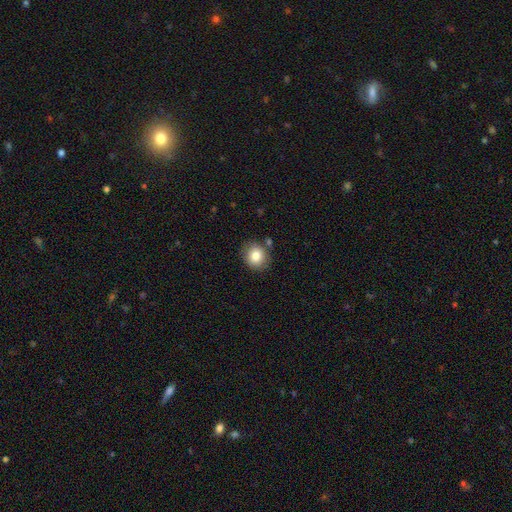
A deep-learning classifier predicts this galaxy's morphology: A smooth galaxy with no disk features (82%) that is round (75%). Merging: none (81%).